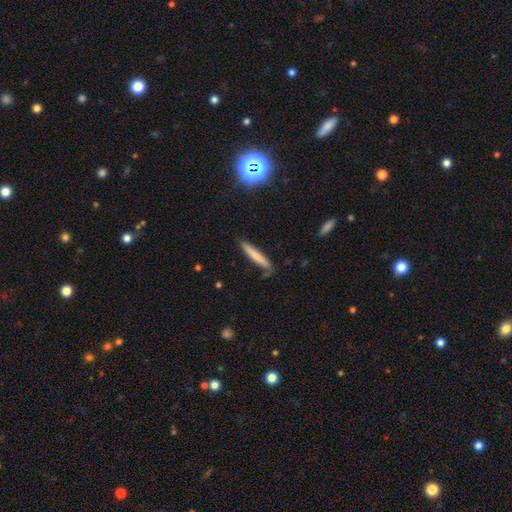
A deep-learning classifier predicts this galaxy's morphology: Overall: smooth (73%). How rounded: cigar-shaped (93%). Merging: none (76%).